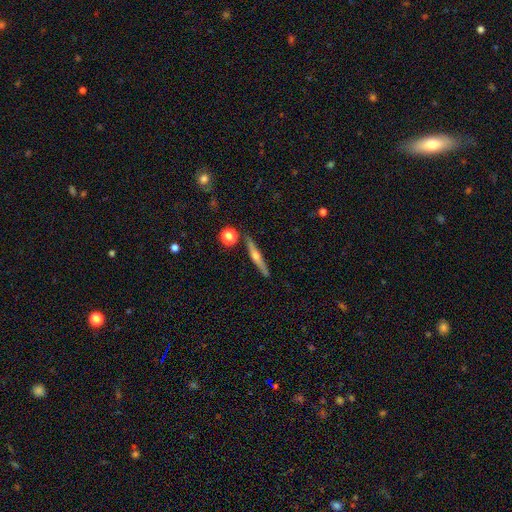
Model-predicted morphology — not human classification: featured or disk 70%, smooth 22%, star or artifact 7%. Down the decision tree: edge-on disk — yes (97%); edge-on bulge — rounded (88%); merging — none (88%).